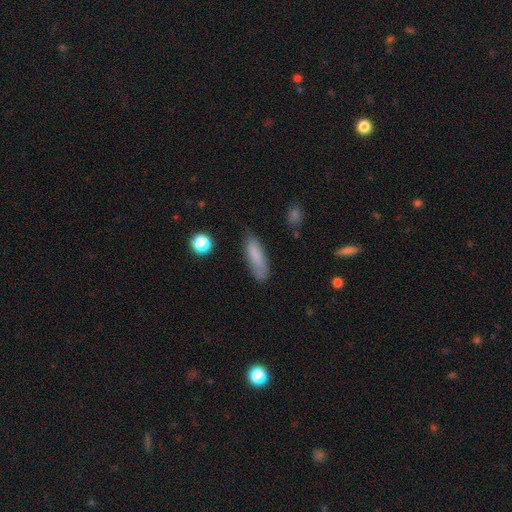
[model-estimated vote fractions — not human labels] Q: Smooth or featured?
A: smooth (81%); runner-up: featured or disk (11%)
Q: How rounded?
A: cigar-shaped (55%); runner-up: in between (43%)
Q: Merging?
A: none (74%); runner-up: minor disturbance (19%)